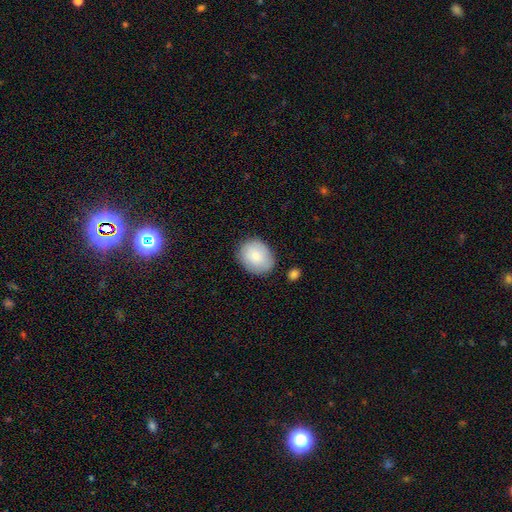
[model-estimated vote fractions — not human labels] Smooth or featured? smooth (83%)
How rounded? round (51%)
Merging? none (79%)